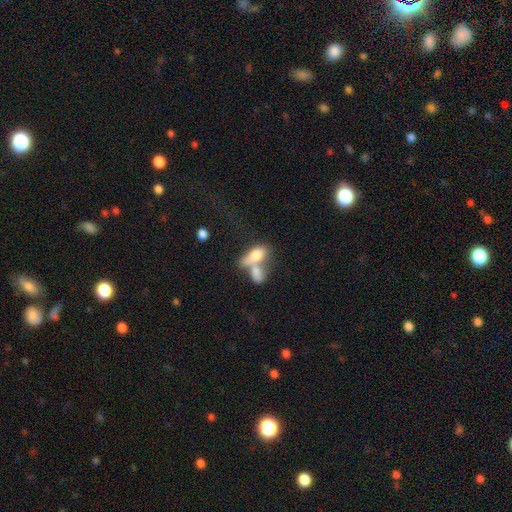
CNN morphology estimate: A smooth galaxy with no disk features (70%) that is in between round and cigar-shaped (80%).

Vote fractions:
- Smooth or featured? smooth: 70% / featured or disk: 22% / star or artifact: 8%
- How rounded? in between: 80% / cigar-shaped: 12% / round: 8%
- Merging? merger: 69% / none: 16% / major disturbance: 8% / minor disturbance: 7%